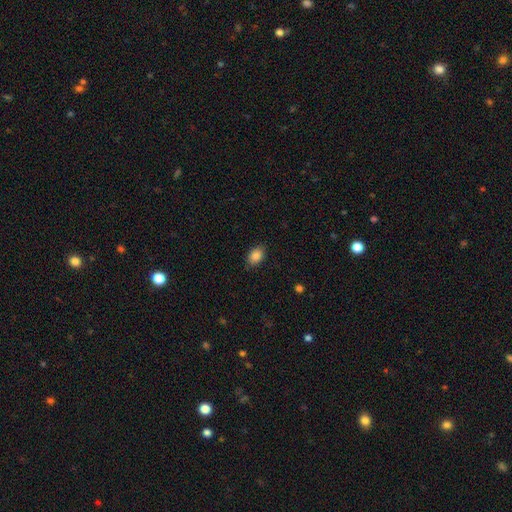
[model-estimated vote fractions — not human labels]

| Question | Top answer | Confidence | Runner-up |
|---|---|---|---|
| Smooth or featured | smooth | 86% | star or artifact (8%) |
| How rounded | in between | 81% | round (18%) |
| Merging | none | 86% | minor disturbance (11%) |